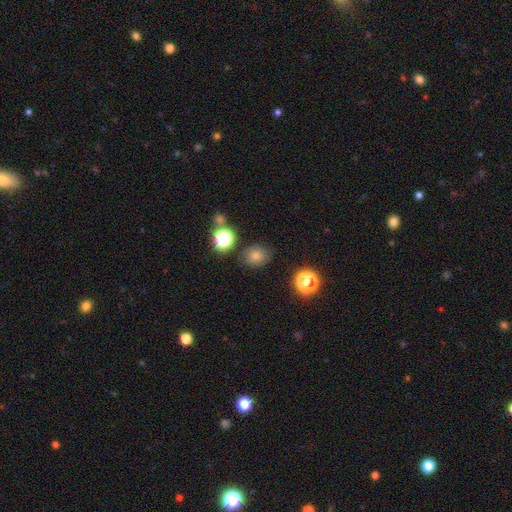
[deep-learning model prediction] smooth_or_featured: smooth (p=0.67) [alt: star or artifact p=0.24]
how_rounded: round (p=0.66) [alt: in between p=0.33]
merging: none (p=0.83) [alt: minor disturbance p=0.10]